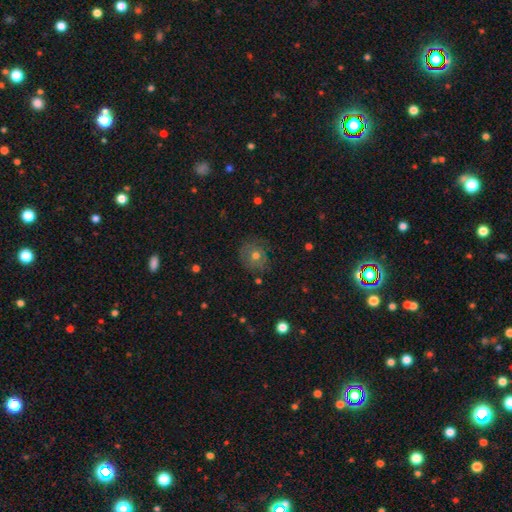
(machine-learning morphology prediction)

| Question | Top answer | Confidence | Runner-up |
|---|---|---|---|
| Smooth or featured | smooth | 56% | featured or disk (29%) |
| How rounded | round | 85% | in between (14%) |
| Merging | none | 77% | minor disturbance (16%) |